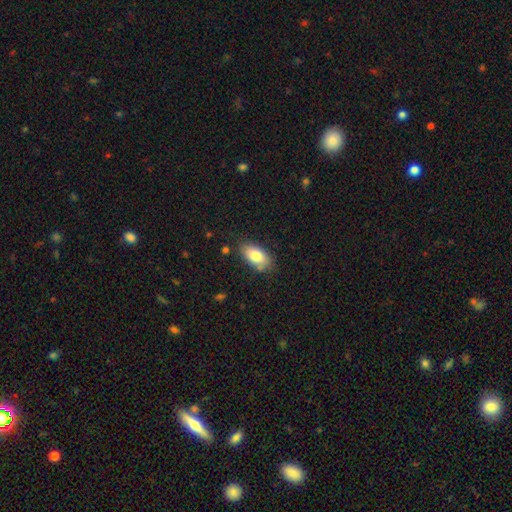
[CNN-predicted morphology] Smooth or featured?
  - smooth: 79% *
  - featured or disk: 14%
  - star or artifact: 7%
How rounded?
  - in between: 92% *
  - round: 4%
  - cigar-shaped: 4%
Merging?
  - none: 79% *
  - minor disturbance: 15%
  - major disturbance: 3%
  - merger: 3%